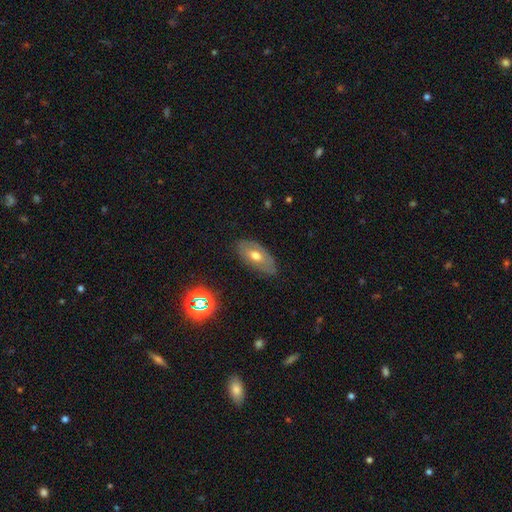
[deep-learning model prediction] Smooth or featured? Predicted: smooth (p=0.50). How rounded? Predicted: in between (p=0.90). Merging? Predicted: none (p=0.75).